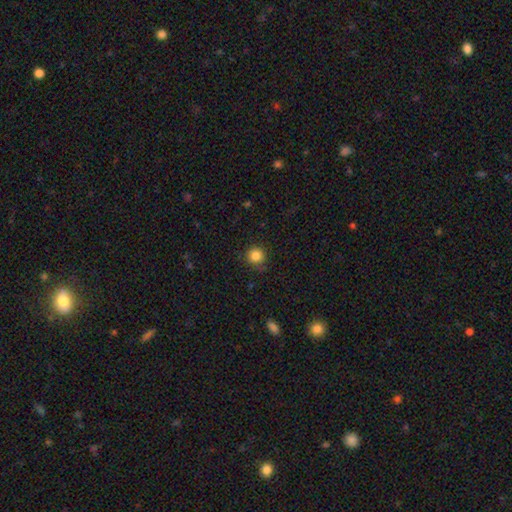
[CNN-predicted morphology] Overall: smooth (85%). How rounded: round (93%). Merging: none (84%).